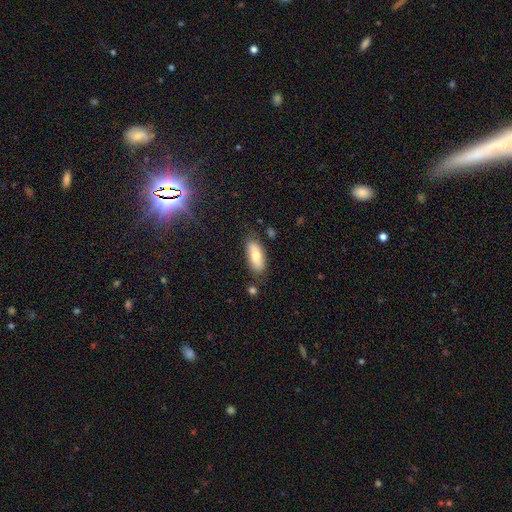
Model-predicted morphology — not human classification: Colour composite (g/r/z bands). It shows a smooth galaxy with no disk features (75%) that is in between round and cigar-shaped (83%). Merging: none (76%).